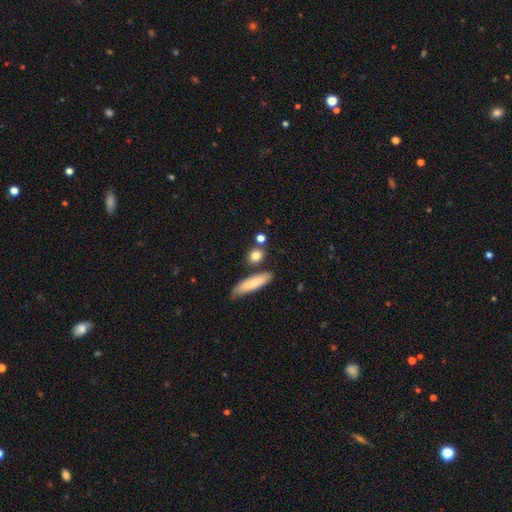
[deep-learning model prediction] Smooth or featured? smooth (81%)
How rounded? round (59%)
Merging? none (76%)